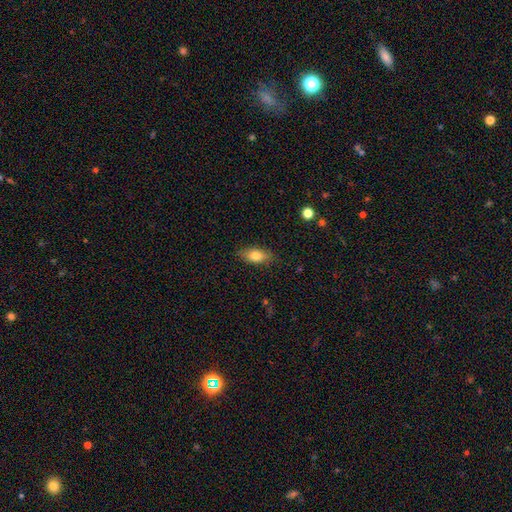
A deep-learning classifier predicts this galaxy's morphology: Overall: smooth (77%). How rounded: in between (84%). Merging: none (84%).